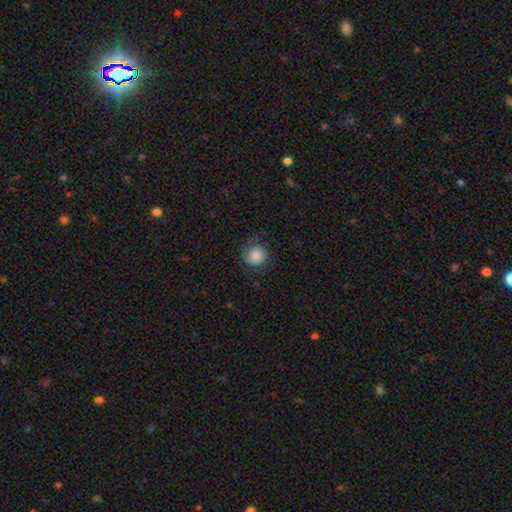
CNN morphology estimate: Smooth or featured?
  - smooth: 83% *
  - star or artifact: 8%
  - featured or disk: 8%
How rounded?
  - round: 90% *
  - in between: 9%
  - cigar-shaped: 1%
Merging?
  - none: 77% *
  - minor disturbance: 16%
  - major disturbance: 6%
  - merger: 1%